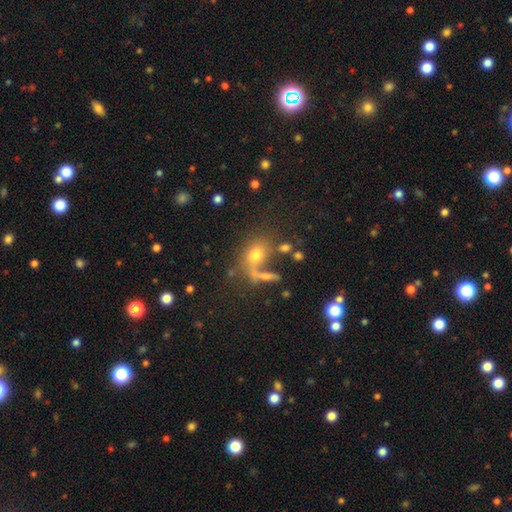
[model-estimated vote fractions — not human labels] Smooth or featured?
  - smooth: 65% *
  - star or artifact: 18%
  - featured or disk: 17%
How rounded?
  - in between: 53% *
  - round: 43%
  - cigar-shaped: 4%
Merging?
  - none: 50% *
  - merger: 25%
  - minor disturbance: 13%
  - major disturbance: 12%